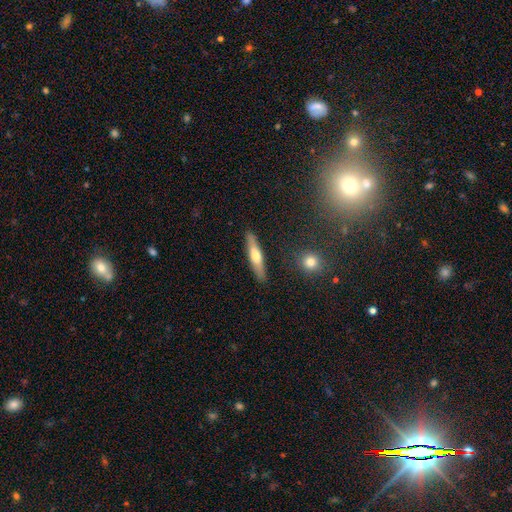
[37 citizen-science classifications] Q: Smooth or featured?
A: featured or disk (49%); runner-up: smooth (46%)
Q: Edge-on disk?
A: yes (100%)
Q: Edge-on bulge?
A: rounded (83%); runner-up: none (11%)
Q: Merging?
A: none (97%); runner-up: minor disturbance (3%)